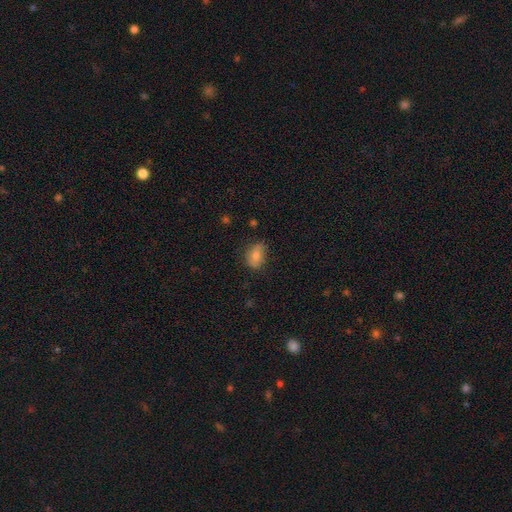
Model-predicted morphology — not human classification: smooth 73%, featured or disk 18%, star or artifact 9%. Down the decision tree: how rounded — in between (75%); merging — none (68%).